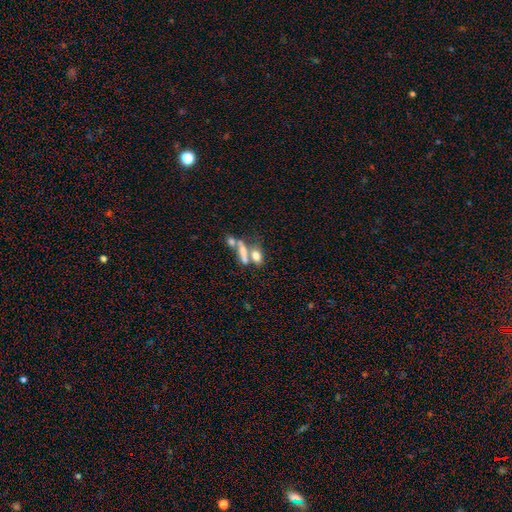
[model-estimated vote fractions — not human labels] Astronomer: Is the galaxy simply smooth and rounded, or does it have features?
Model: smooth — 65%.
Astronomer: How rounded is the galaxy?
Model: in between — 65%.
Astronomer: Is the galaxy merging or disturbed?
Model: merger — 48% (runner-up: none, 32%).